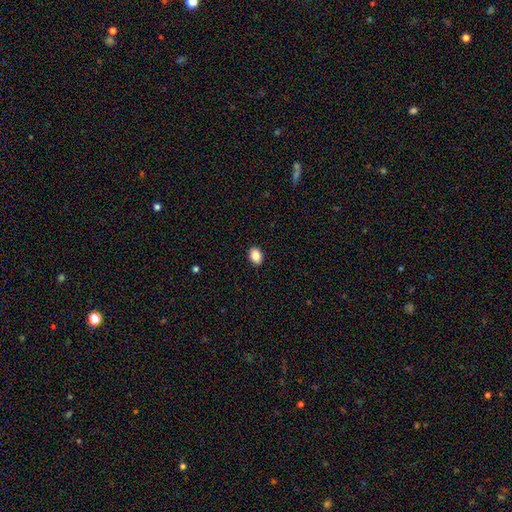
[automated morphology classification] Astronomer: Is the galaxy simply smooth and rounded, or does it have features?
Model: smooth — 89%.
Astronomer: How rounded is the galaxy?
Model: in between — 77%.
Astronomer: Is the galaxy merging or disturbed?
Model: none — 90%.